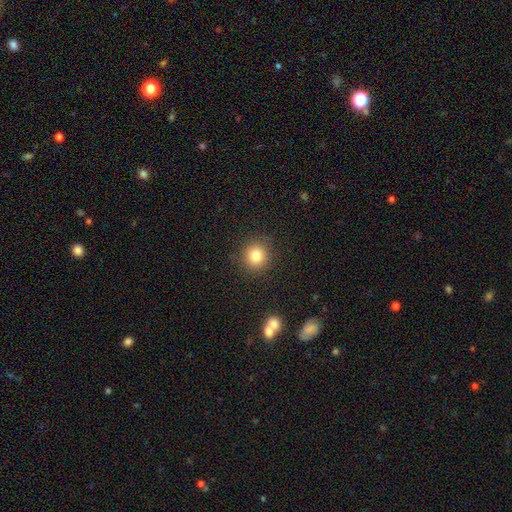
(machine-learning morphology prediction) Overall: smooth (80%). How rounded: round (90%). Merging: none (88%).